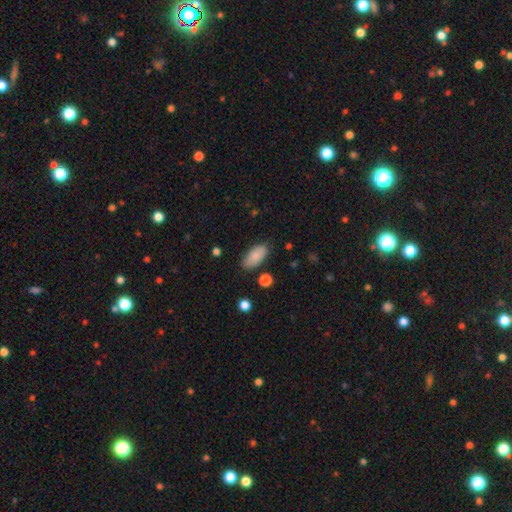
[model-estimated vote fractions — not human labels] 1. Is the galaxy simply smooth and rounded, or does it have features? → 86% smooth, 7% featured or disk, 7% star or artifact.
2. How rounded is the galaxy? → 91% in between, 7% cigar-shaped, 3% round.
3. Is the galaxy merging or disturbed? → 81% none, 13% minor disturbance, 3% major disturbance, 2% merger.